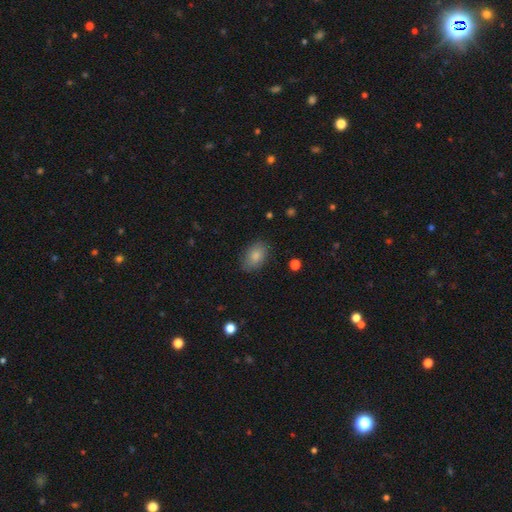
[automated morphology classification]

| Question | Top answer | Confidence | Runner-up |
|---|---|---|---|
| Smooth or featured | smooth | 84% | featured or disk (9%) |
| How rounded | in between | 87% | round (12%) |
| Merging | none | 83% | minor disturbance (13%) |